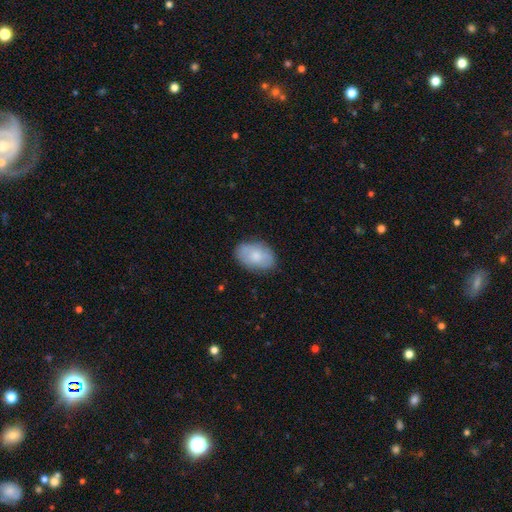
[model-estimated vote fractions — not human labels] smooth_or_featured: smooth (p=0.74) [alt: featured or disk p=0.20]
how_rounded: in between (p=0.88) [alt: round p=0.11]
merging: none (p=0.80) [alt: minor disturbance p=0.16]